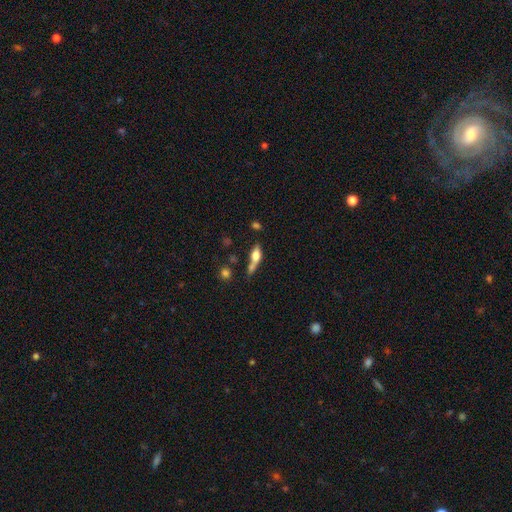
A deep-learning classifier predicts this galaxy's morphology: Smooth or featured?
  - smooth: 60% *
  - featured or disk: 31%
  - star or artifact: 8%
How rounded?
  - in between: 56% *
  - cigar-shaped: 40%
  - round: 5%
Merging?
  - none: 44% *
  - minor disturbance: 23%
  - merger: 22%
  - major disturbance: 12%